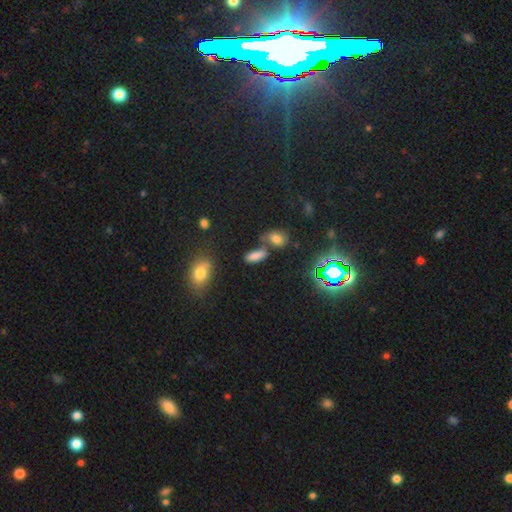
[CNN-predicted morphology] Q: Smooth or featured?
A: smooth (72%); runner-up: star or artifact (20%)
Q: How rounded?
A: in between (73%); runner-up: cigar-shaped (20%)
Q: Merging?
A: none (50%); runner-up: merger (29%)